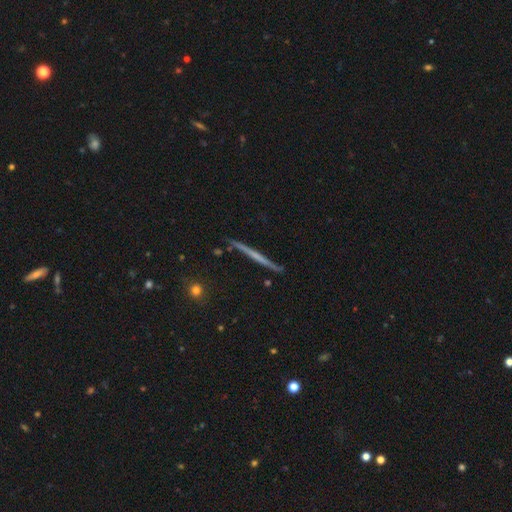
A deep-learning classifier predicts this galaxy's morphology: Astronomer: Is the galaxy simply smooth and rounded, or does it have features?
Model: featured or disk — 63%.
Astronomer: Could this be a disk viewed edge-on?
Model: yes — 98%.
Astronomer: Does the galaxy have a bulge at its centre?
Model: none — 82%.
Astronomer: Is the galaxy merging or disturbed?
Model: none — 90%.